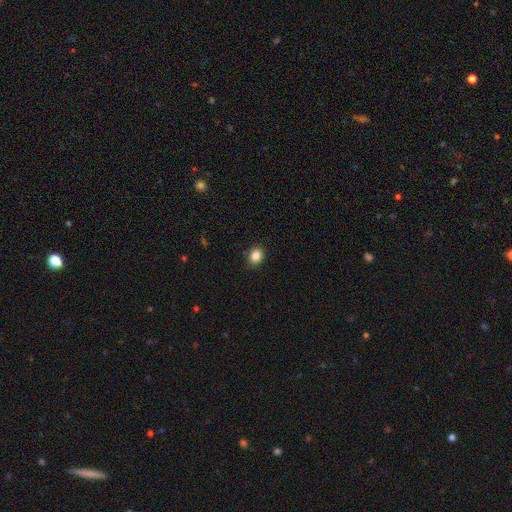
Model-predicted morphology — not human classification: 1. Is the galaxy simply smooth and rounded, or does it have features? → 84% smooth, 11% star or artifact, 5% featured or disk.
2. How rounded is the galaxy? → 62% round, 38% in between, 1% cigar-shaped.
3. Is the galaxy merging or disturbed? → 89% none, 8% minor disturbance, 2% major disturbance, 1% merger.